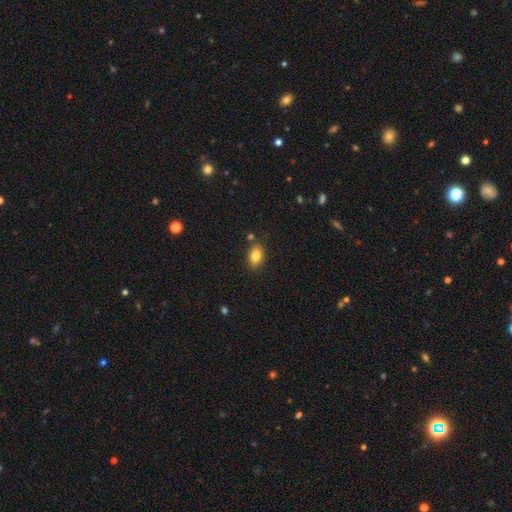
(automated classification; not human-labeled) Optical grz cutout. It shows a smooth galaxy with no disk features (83%) that is in between round and cigar-shaped (83%). Merging: none (79%).